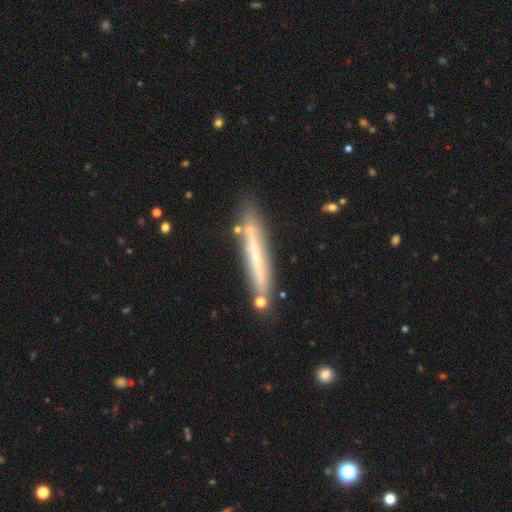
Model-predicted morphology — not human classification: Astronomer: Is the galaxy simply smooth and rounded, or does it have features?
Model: smooth — 47% (runner-up: featured or disk, 45%).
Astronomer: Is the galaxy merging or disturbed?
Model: none — 80%.